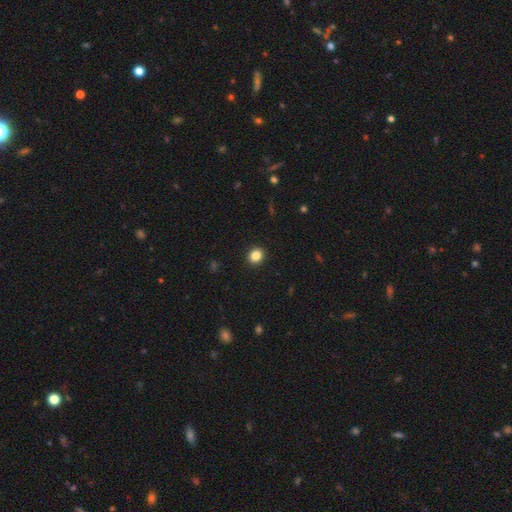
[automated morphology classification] This appears to be a smooth galaxy with no disk features (85%) that is round (76%). Merging: none (92%).